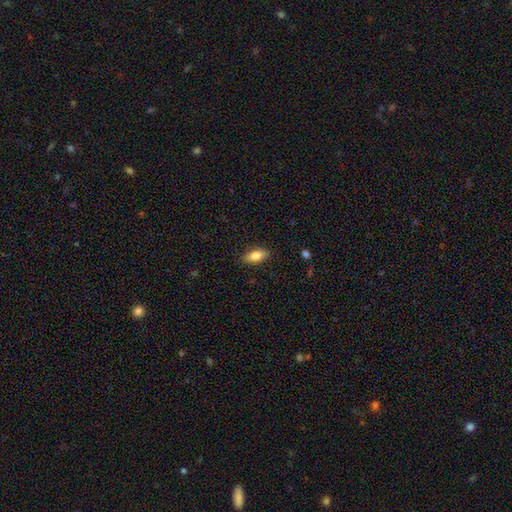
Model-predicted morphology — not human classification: smooth_or_featured: smooth (p=0.81) [alt: featured or disk p=0.12]
how_rounded: in between (p=0.85) [alt: cigar-shaped p=0.12]
merging: none (p=0.88) [alt: minor disturbance p=0.09]